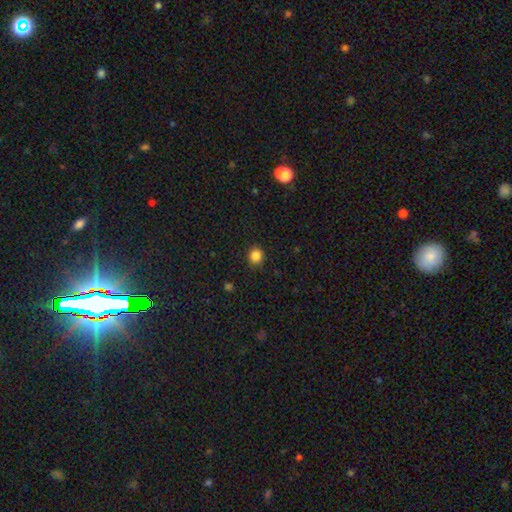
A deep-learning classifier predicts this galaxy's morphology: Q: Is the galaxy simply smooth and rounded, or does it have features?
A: smooth — 85%.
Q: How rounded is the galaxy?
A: round — 83%.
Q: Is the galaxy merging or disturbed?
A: none — 88%.